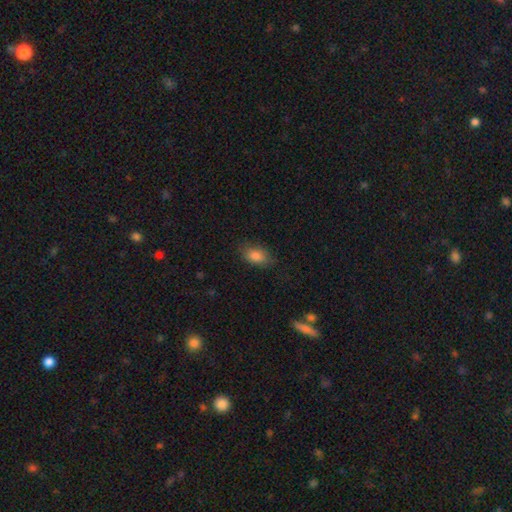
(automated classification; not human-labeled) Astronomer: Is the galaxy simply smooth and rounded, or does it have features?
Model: smooth — 85%.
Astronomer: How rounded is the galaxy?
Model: in between — 87%.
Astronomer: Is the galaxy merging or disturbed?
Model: none — 76%.